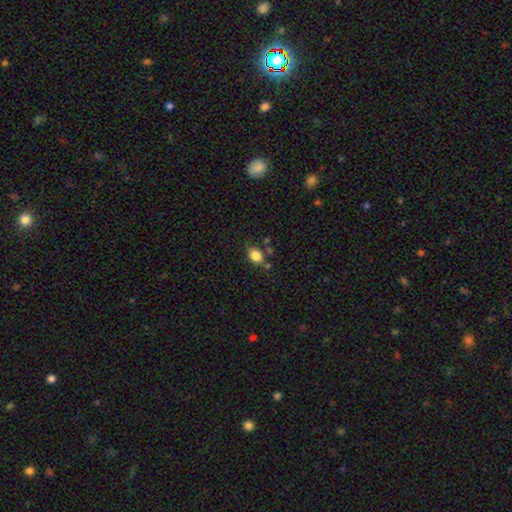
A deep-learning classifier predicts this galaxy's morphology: This is clearly a smooth galaxy (83%). How rounded: likely in between (68%). Merging: likely none (68%).